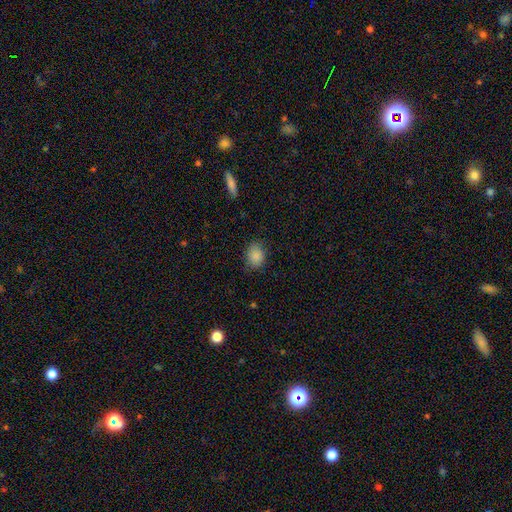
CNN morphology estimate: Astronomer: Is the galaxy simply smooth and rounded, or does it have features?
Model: smooth — 87%.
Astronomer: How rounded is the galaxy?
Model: in between — 58% (runner-up: round, 41%).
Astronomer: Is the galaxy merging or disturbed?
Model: none — 80%.